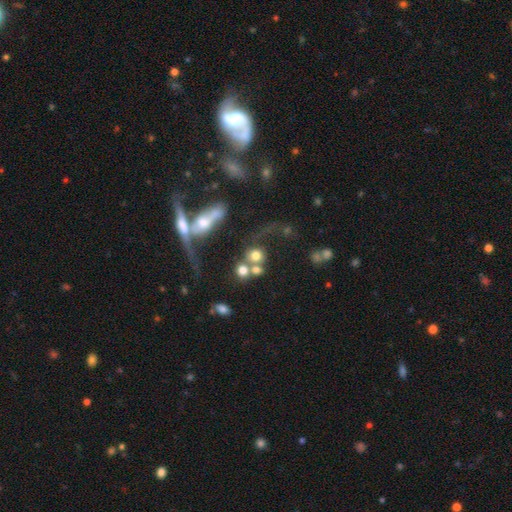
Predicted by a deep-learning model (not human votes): This is likely a smooth galaxy (64%). How rounded: clearly round (82%). Merging: possibly merger (48%).